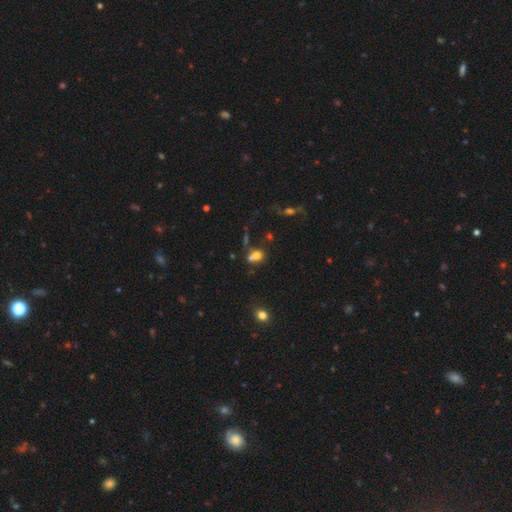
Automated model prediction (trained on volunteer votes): The model was most divided on "merging": merger: 45%, none: 38%, minor disturbance: 10%, major disturbance: 6%. More confident: smooth or featured — smooth (69%); how rounded — round (58%).